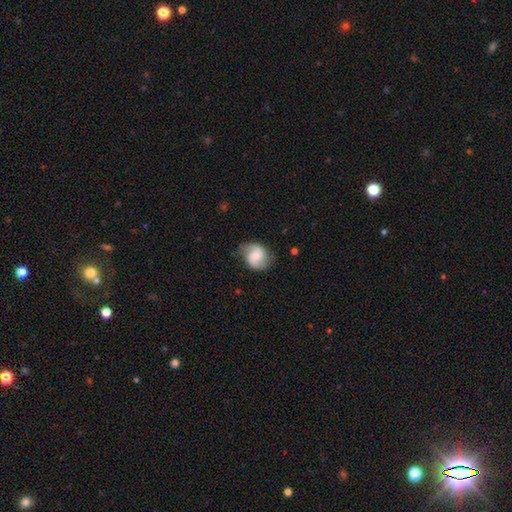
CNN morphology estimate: Smooth or featured: featured or disk — 53% (smooth — 40%)
Edge-on disk: no — 97% (yes — 3%)
Bar: no — 54% (weak — 37%)
Spiral arms: yes — 89% (no — 11%)
Bulge size: small — 44% (moderate — 43%)
Merging: none — 69% (minor disturbance — 23%)